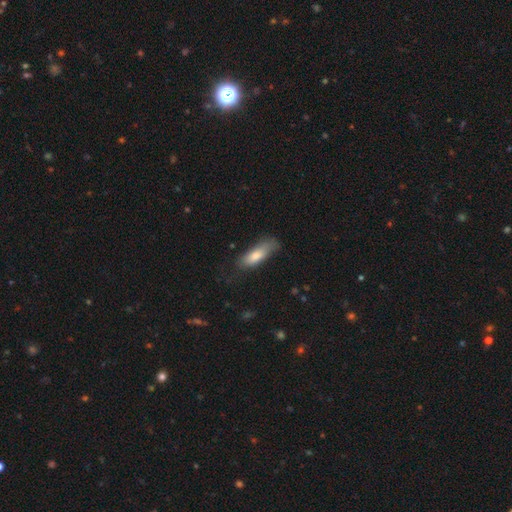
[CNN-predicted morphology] Smooth or featured? Predicted: smooth (p=0.75). How rounded? Predicted: in between (p=0.53). Merging? Predicted: none (p=0.59).